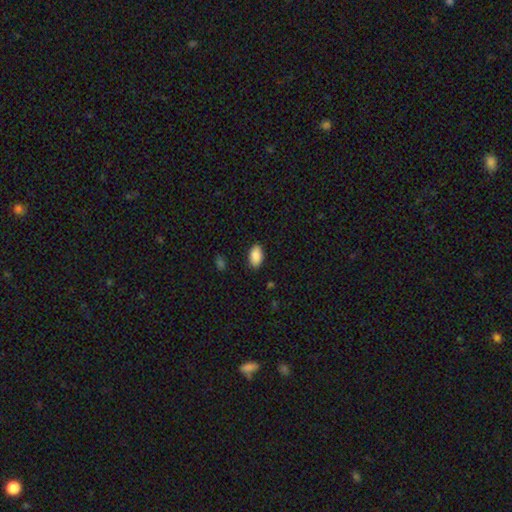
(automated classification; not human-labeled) A smooth galaxy with no disk features (90%) that is in between round and cigar-shaped (94%).

Vote fractions:
- Smooth or featured? smooth: 90% / star or artifact: 7% / featured or disk: 3%
- How rounded? in between: 94% / round: 5% / cigar-shaped: 1%
- Merging? none: 87% / minor disturbance: 10% / major disturbance: 2% / merger: 1%